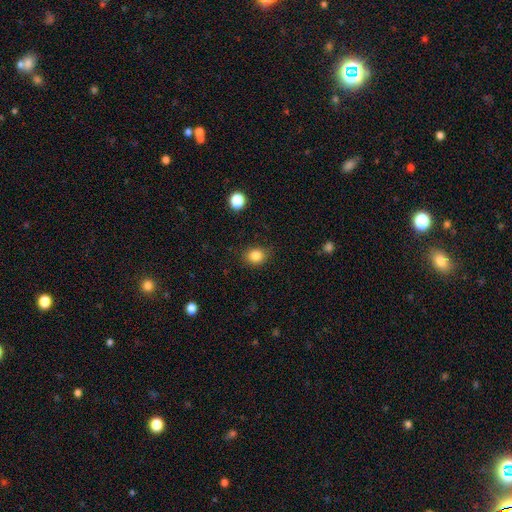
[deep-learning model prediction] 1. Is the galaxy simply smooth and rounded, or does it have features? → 84% smooth, 11% star or artifact, 5% featured or disk.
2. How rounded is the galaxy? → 61% round, 38% in between, 1% cigar-shaped.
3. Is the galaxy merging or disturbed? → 83% none, 13% minor disturbance, 3% major disturbance, 1% merger.